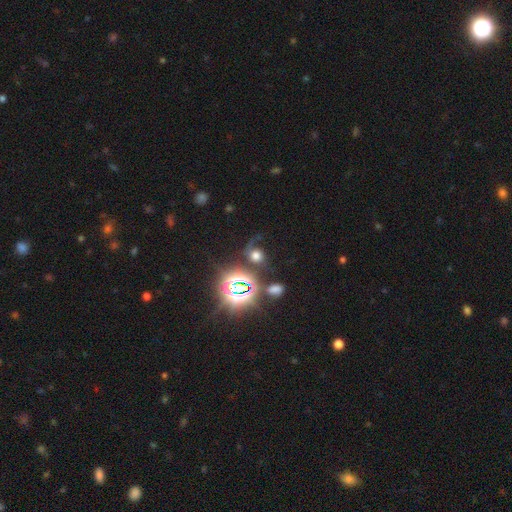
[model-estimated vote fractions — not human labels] smooth-or-featured: smooth: 43% | star or artifact: 36% | featured or disk: 21%
  merging: none: 47% | major disturbance: 26% | minor disturbance: 19% | merger: 8%